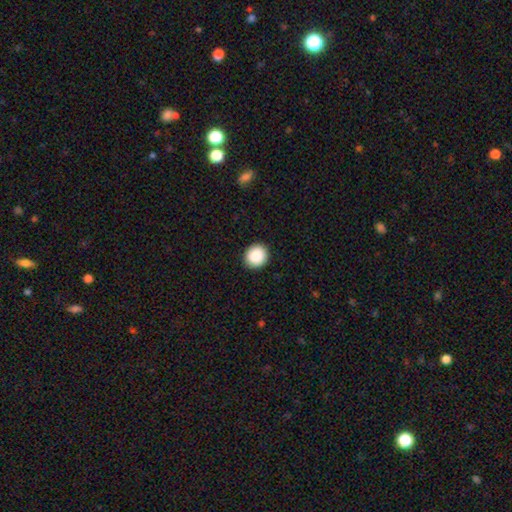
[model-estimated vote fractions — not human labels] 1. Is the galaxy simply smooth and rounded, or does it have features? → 88% smooth, 8% star or artifact, 4% featured or disk.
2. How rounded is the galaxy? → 88% round, 11% in between, 1% cigar-shaped.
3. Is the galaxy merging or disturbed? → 92% none, 6% minor disturbance, 2% major disturbance, 1% merger.